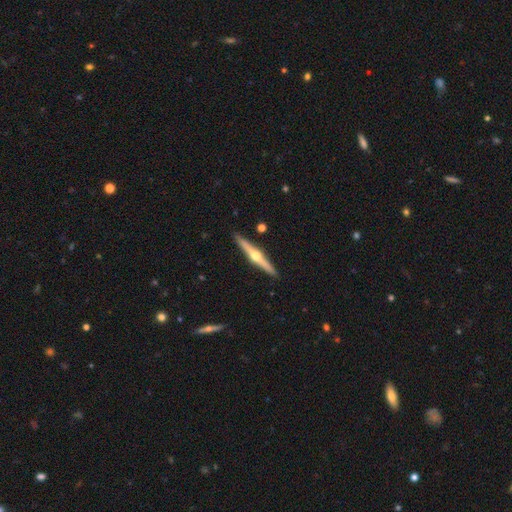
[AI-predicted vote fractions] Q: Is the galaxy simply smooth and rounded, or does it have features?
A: featured or disk — 73%.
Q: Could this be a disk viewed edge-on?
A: yes — 98%.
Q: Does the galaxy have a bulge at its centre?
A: rounded — 95%.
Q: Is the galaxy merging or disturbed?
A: none — 91%.